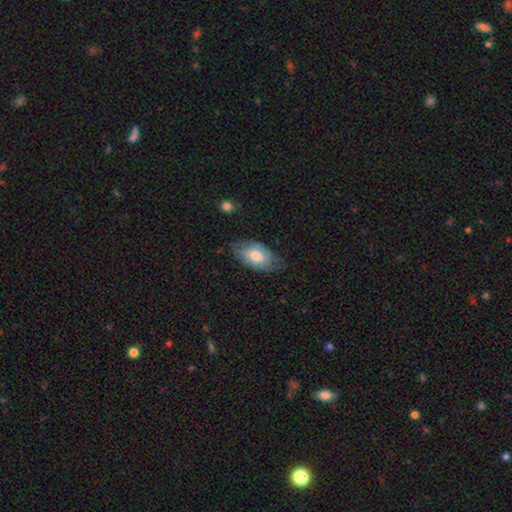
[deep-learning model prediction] Morphology: type=smooth (55%); roundness=in between (93%); merging=none (67%).